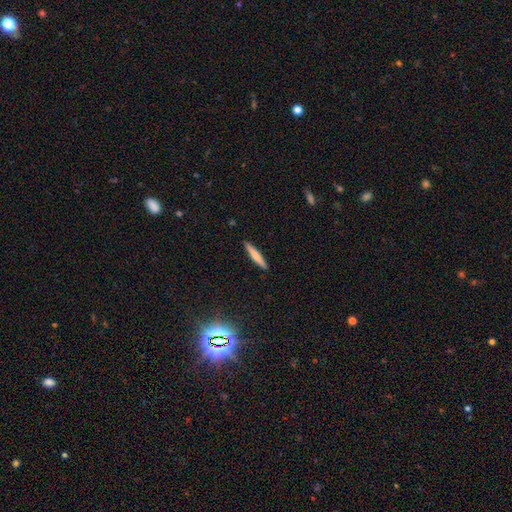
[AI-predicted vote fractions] This appears to be a smooth galaxy with no disk features (67%) that is cigar-shaped (93%). Merging: none (90%).